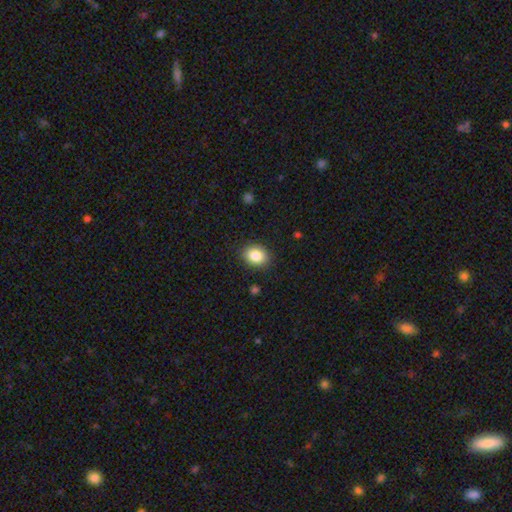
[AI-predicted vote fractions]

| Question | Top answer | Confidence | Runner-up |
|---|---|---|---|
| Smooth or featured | smooth | 85% | star or artifact (9%) |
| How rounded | in between | 53% | round (46%) |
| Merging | none | 88% | minor disturbance (8%) |